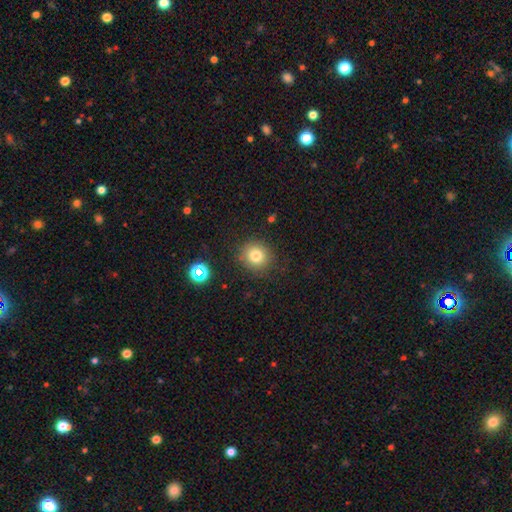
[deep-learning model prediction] Q: Smooth or featured?
A: smooth (78%); runner-up: star or artifact (14%)
Q: How rounded?
A: round (90%); runner-up: in between (9%)
Q: Merging?
A: none (86%); runner-up: minor disturbance (9%)